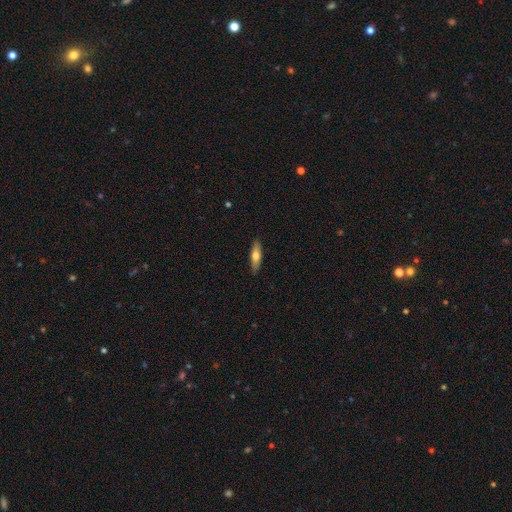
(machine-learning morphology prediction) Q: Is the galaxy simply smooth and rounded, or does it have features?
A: smooth — 60%.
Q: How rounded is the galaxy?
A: cigar-shaped — 67%.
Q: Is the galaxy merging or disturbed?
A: none — 90%.